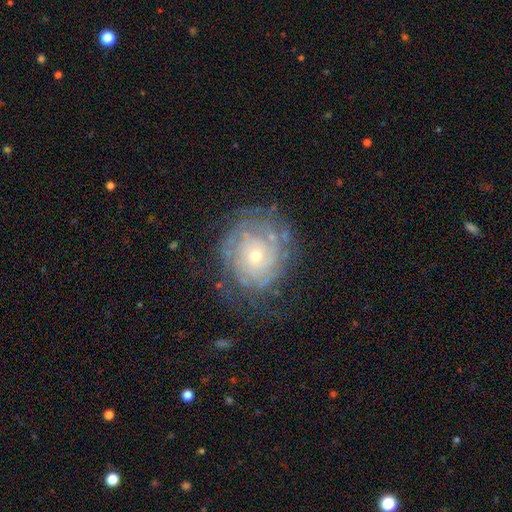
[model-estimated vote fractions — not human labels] Morphology: type=featured or disk (78%); edge-on=no (97%); bar=no (83%); spiral arms=yes (89%); winding=tight (78%); arm count=can't tell (51%); bulge=small (65%); merging=none (67%).